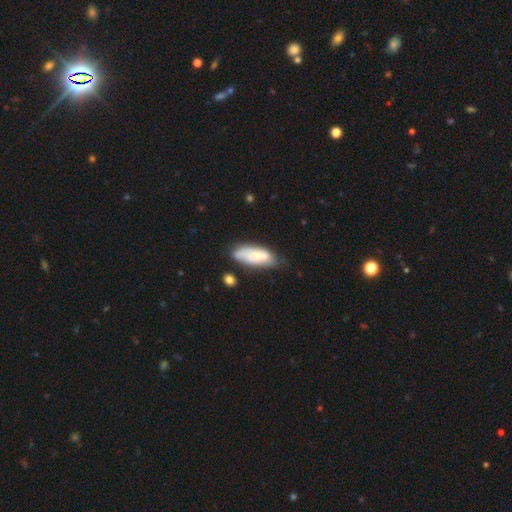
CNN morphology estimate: A smooth galaxy with no disk features (64%) that is in between round and cigar-shaped (73%).

Vote fractions:
- Smooth or featured? smooth: 64% / featured or disk: 30% / star or artifact: 6%
- How rounded? in between: 73% / cigar-shaped: 25% / round: 2%
- Merging? none: 53% / minor disturbance: 29% / merger: 9% / major disturbance: 9%